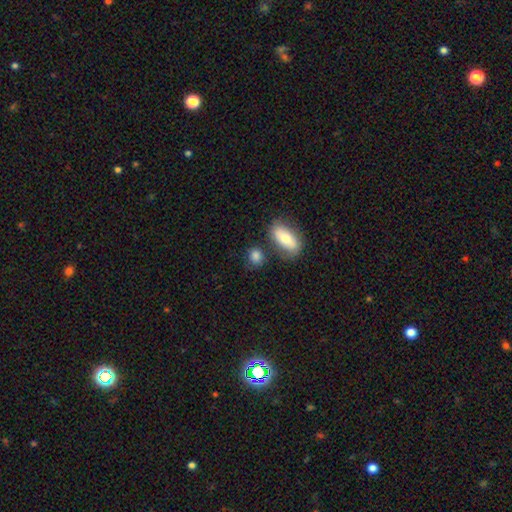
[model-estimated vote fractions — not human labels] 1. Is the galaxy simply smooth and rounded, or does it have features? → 82% smooth, 9% featured or disk, 9% star or artifact.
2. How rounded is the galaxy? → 52% round, 44% in between, 4% cigar-shaped.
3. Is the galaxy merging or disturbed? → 69% none, 14% minor disturbance, 12% merger, 5% major disturbance.